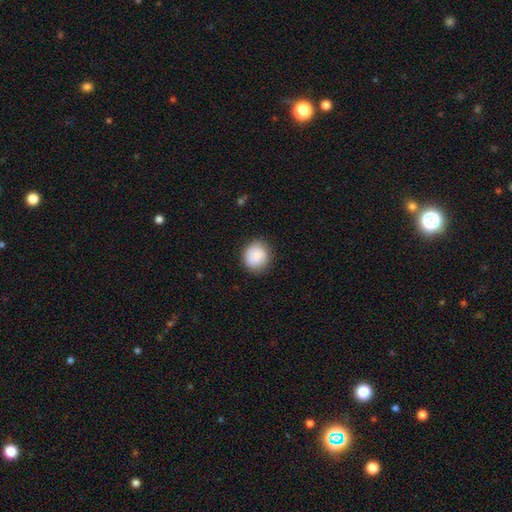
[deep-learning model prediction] smooth-or-featured: smooth: 87% | star or artifact: 7% | featured or disk: 7%
  how-rounded: round: 83% | in between: 16% | cigar-shaped: 1%
  merging: none: 85% | minor disturbance: 11% | major disturbance: 3% | merger: 1%